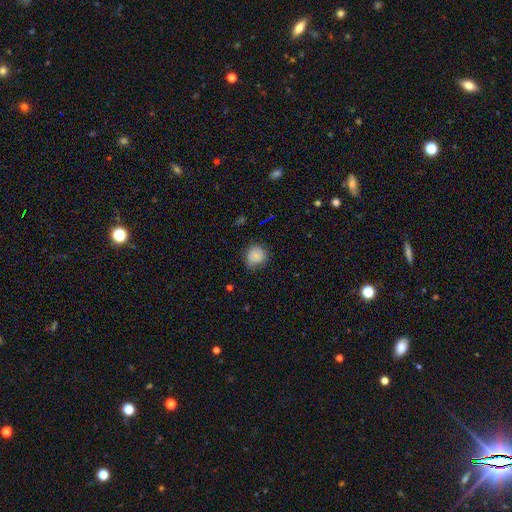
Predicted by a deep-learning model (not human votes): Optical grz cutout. It shows a smooth galaxy with no disk features (79%) that is round (80%). Merging: none (64%).